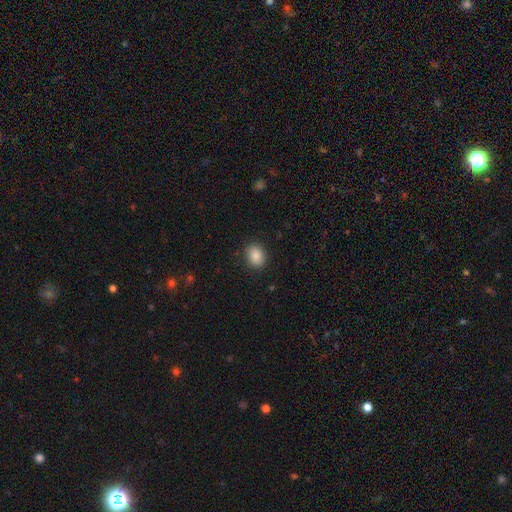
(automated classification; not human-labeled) smooth 88%, star or artifact 8%, featured or disk 4%. Down the decision tree: how rounded — in between (61%); merging — none (88%).